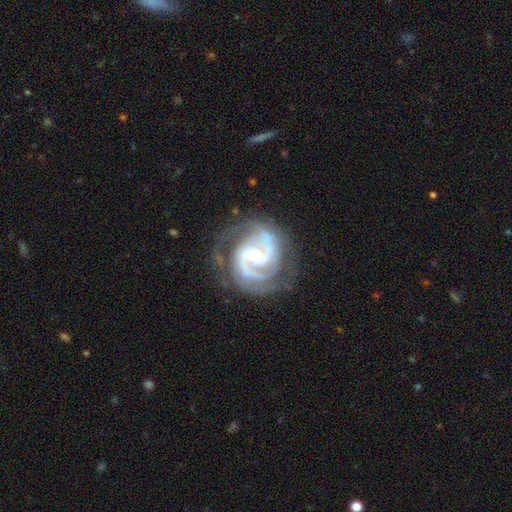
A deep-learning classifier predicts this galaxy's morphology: Smooth or featured: featured or disk — 93% (star or artifact — 4%)
Edge-on disk: no — 98% (yes — 2%)
Bar: no — 50% (weak — 36%)
Spiral arms: yes — 99% (no — 1%)
Spiral winding: tight — 56% (medium — 39%)
Spiral arm count: 2 — 69% (3 — 16%)
Bulge size: moderate — 54% (small — 41%)
Merging: none — 74% (minor disturbance — 17%)